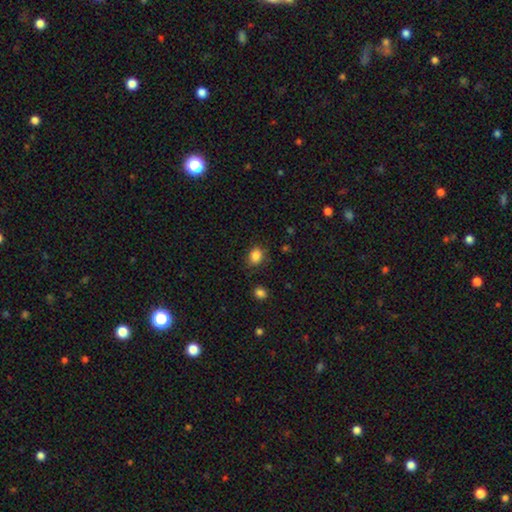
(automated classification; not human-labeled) Q: Smooth or featured?
A: smooth (85%); runner-up: star or artifact (11%)
Q: How rounded?
A: in between (59%); runner-up: round (40%)
Q: Merging?
A: none (77%); runner-up: minor disturbance (16%)